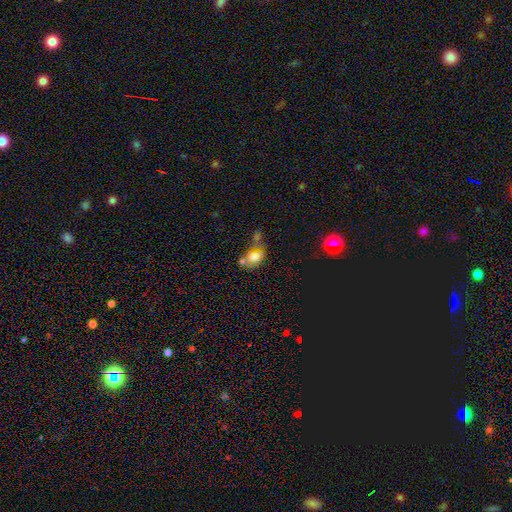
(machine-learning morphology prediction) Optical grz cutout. It shows a smooth galaxy with no disk features (71%) that is in between round and cigar-shaped (73%). Merging: none (37%).